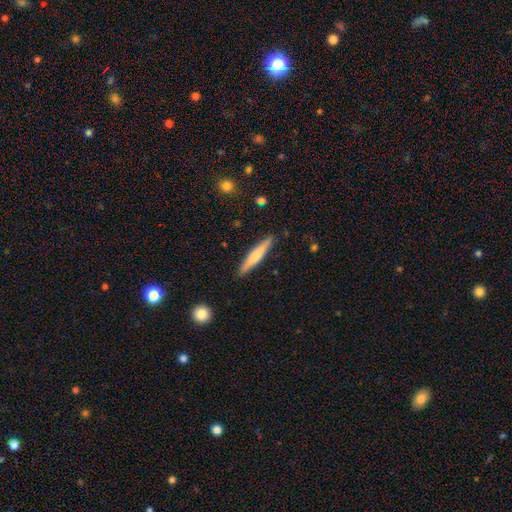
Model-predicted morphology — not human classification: Smooth or featured? smooth (60%)
How rounded? cigar-shaped (92%)
Merging? none (89%)